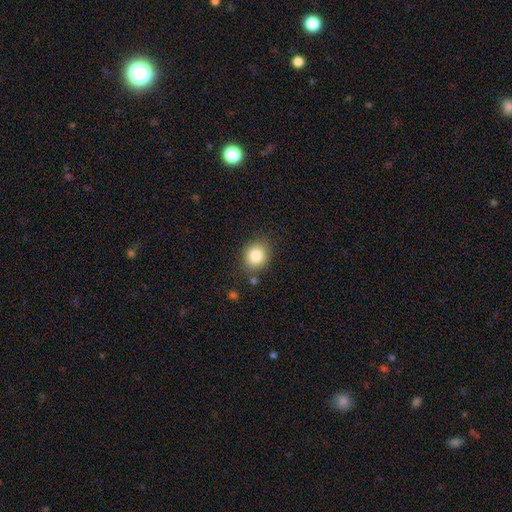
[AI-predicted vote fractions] smooth 85%, star or artifact 9%, featured or disk 6%. Down the decision tree: how rounded — round (66%); merging — none (81%).